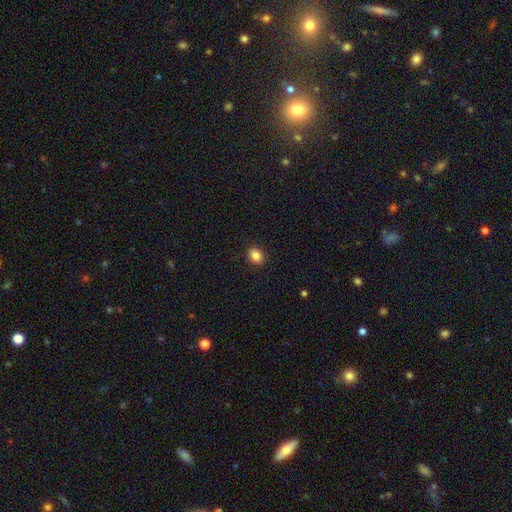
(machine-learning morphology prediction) This appears to be a smooth galaxy with no disk features (86%) that is round (51%). Merging: none (91%).